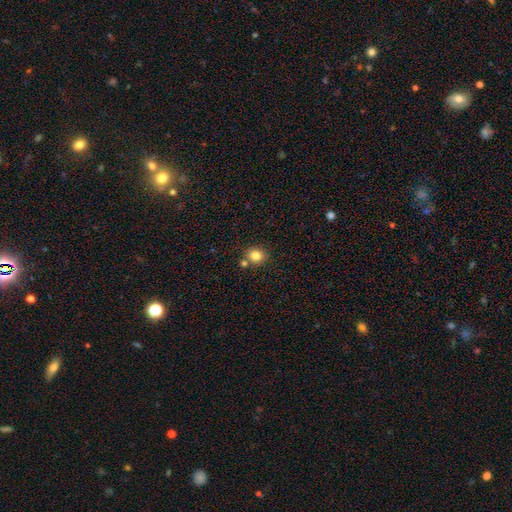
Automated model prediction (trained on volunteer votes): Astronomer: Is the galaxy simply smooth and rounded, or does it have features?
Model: smooth — 83%.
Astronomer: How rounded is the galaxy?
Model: round — 78%.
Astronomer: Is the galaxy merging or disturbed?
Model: none — 76%.